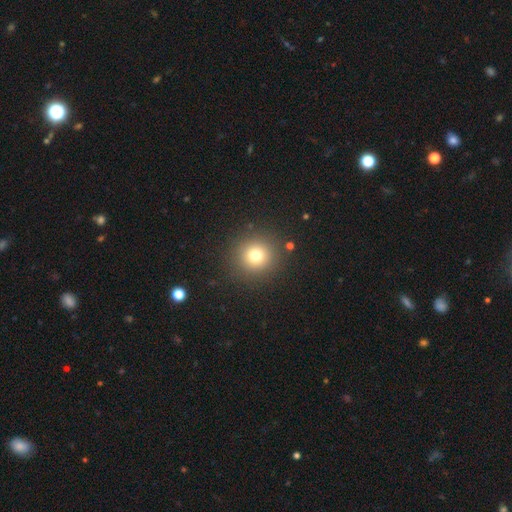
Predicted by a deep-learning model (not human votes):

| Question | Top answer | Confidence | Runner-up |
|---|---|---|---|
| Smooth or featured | smooth | 75% | star or artifact (16%) |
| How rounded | round | 94% | in between (5%) |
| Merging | none | 89% | minor disturbance (6%) |